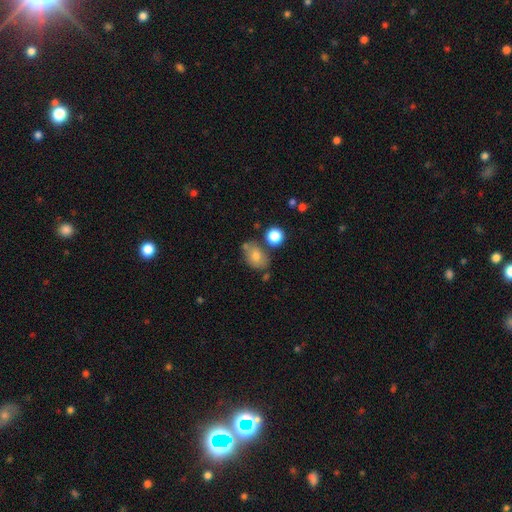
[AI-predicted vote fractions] Smooth or featured? Predicted: smooth (p=0.73). How rounded? Predicted: in between (p=0.69). Merging? Predicted: none (p=0.63).